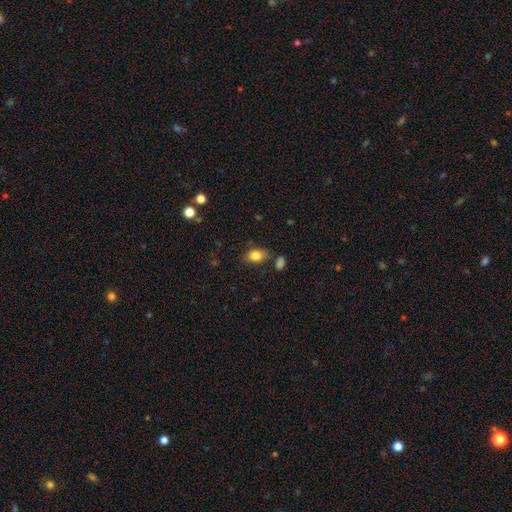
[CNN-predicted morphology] Overall: smooth (82%). How rounded: in between (84%). Merging: none (74%).